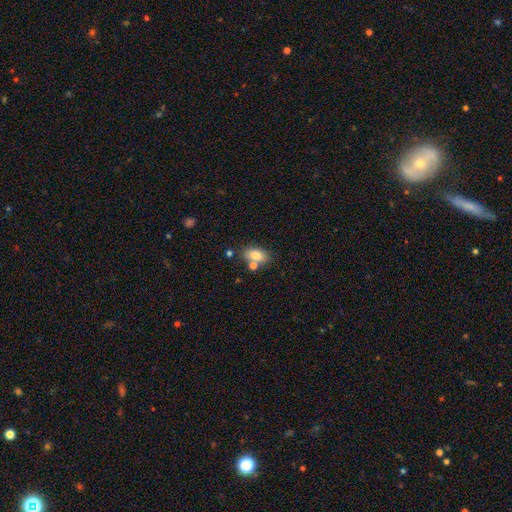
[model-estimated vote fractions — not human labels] Smooth or featured: smooth — 80% (featured or disk — 11%)
How rounded: in between — 85% (round — 12%)
Merging: none — 63% (merger — 19%)